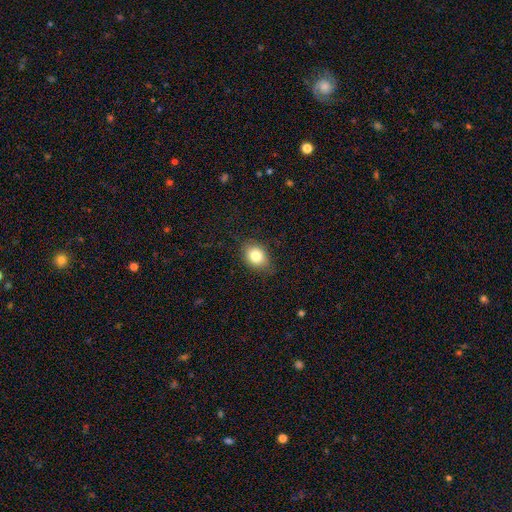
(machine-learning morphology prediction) Overall: smooth (81%). How rounded: in between (62%; round 37%). Merging: none (78%).